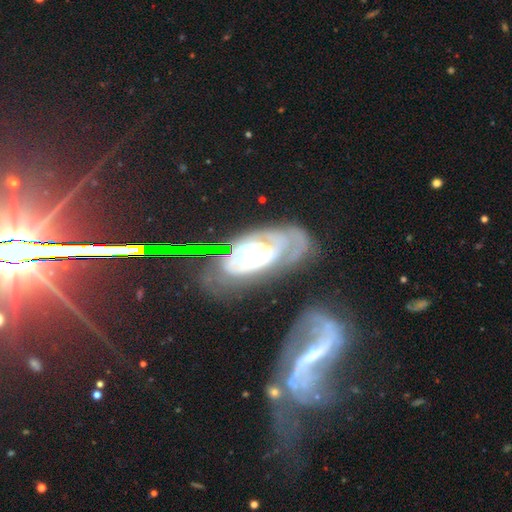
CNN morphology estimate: smooth_or_featured: featured or disk (p=0.80) [alt: smooth p=0.12]
disk_edge_on: no (p=0.92) [alt: yes p=0.08]
bar: no (p=0.72) [alt: weak p=0.19]
has_spiral_arms: yes (p=0.84) [alt: no p=0.16]
spiral_winding: tight (p=0.70) [alt: medium p=0.22]
spiral_arm_count: can't tell (p=0.45) [alt: 2 p=0.25]
bulge_size: moderate (p=0.42) [alt: small p=0.41]
merging: none (p=0.52) [alt: minor disturbance p=0.22]